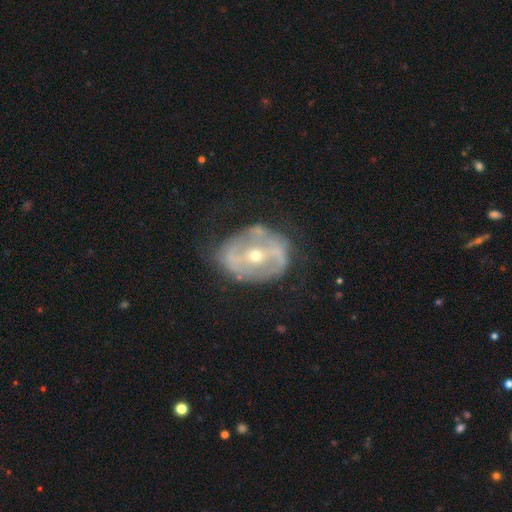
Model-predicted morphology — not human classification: type=featured or disk (79%); edge-on=no (95%); bar=strong (44%); spiral arms=yes (58%); bulge=small (58%); merging=none (63%).